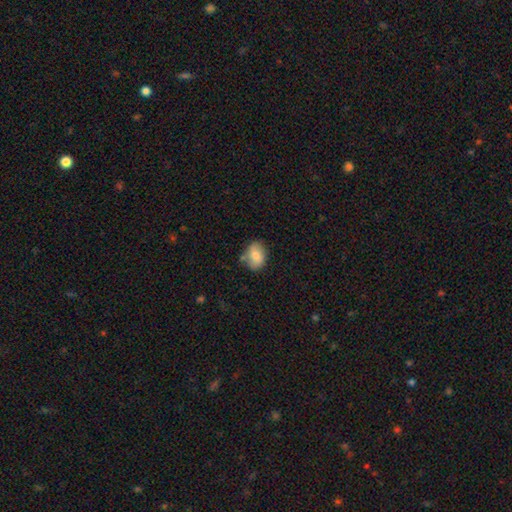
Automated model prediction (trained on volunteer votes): Smooth or featured? smooth (79%)
How rounded? in between (66%)
Merging? none (70%)